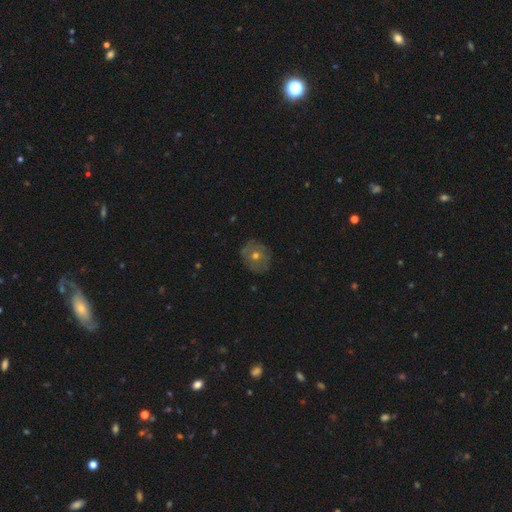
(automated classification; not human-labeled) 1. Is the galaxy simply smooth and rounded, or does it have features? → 46% smooth, 42% featured or disk, 12% star or artifact.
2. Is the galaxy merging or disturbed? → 81% none, 14% minor disturbance, 4% major disturbance, 1% merger.